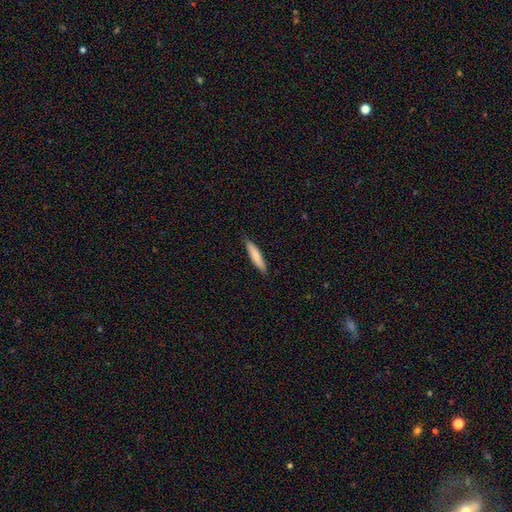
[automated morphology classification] smooth_or_featured: smooth (p=0.81) [alt: featured or disk p=0.14]
how_rounded: cigar-shaped (p=0.88) [alt: in between p=0.11]
merging: none (p=0.89) [alt: minor disturbance p=0.09]